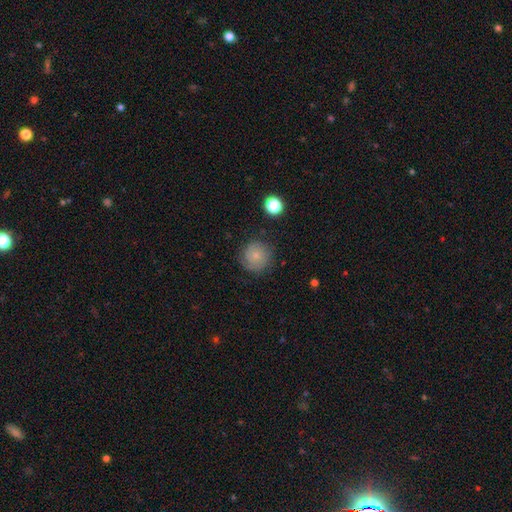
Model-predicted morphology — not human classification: smooth-or-featured: smooth: 55% | featured or disk: 35% | star or artifact: 10%
  how-rounded: round: 92% | in between: 7% | cigar-shaped: 1%
  merging: none: 76% | minor disturbance: 17% | major disturbance: 6% | merger: 1%